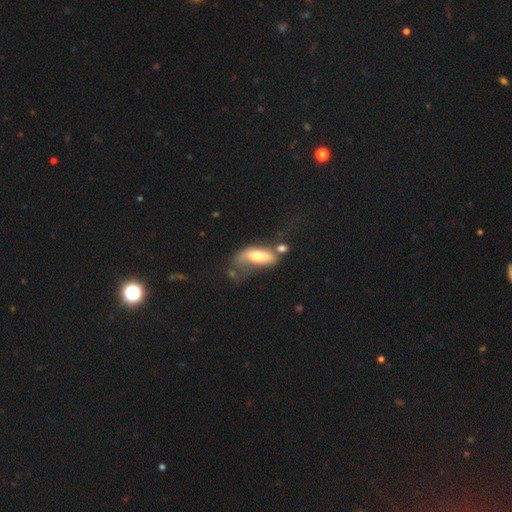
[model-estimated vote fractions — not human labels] The model was most divided on "merging": major disturbance: 31%, none: 24%, merger: 23%, minor disturbance: 22%. More confident: how rounded — in between (73%); smooth or featured — smooth (60%).